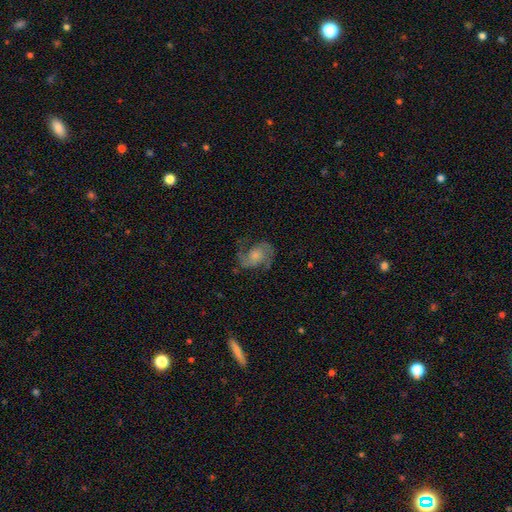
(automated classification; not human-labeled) smooth_or_featured: featured or disk (p=0.79) [alt: smooth p=0.14]
disk_edge_on: no (p=0.98) [alt: yes p=0.02]
bar: no (p=0.65) [alt: weak p=0.29]
has_spiral_arms: yes (p=0.94) [alt: no p=0.06]
spiral_winding: medium (p=0.50) [alt: loose p=0.36]
spiral_arm_count: 2 (p=0.88) [alt: can't tell p=0.04]
bulge_size: small (p=0.44) [alt: moderate p=0.34]
merging: none (p=0.65) [alt: minor disturbance p=0.18]